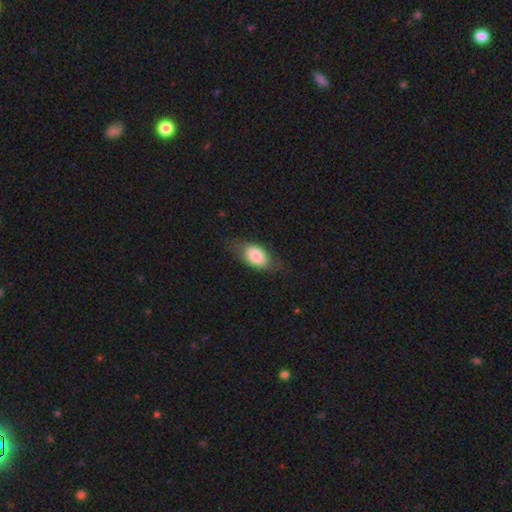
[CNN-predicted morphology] This appears to be a smooth galaxy with no disk features (79%) that is in between round and cigar-shaped (84%). Merging: none (70%).